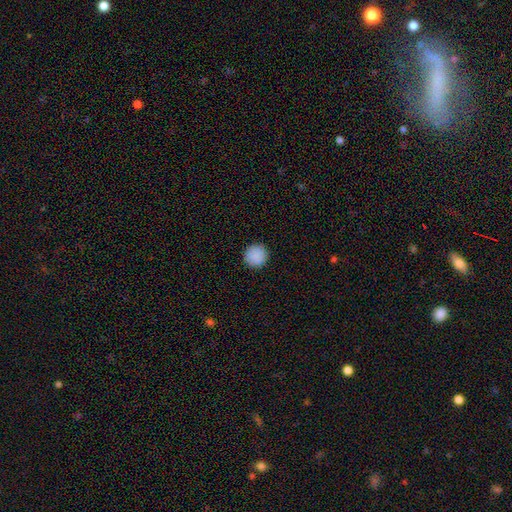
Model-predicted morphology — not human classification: Smooth or featured: smooth — 90% (star or artifact — 8%)
How rounded: round — 95% (in between — 4%)
Merging: none — 92% (minor disturbance — 5%)